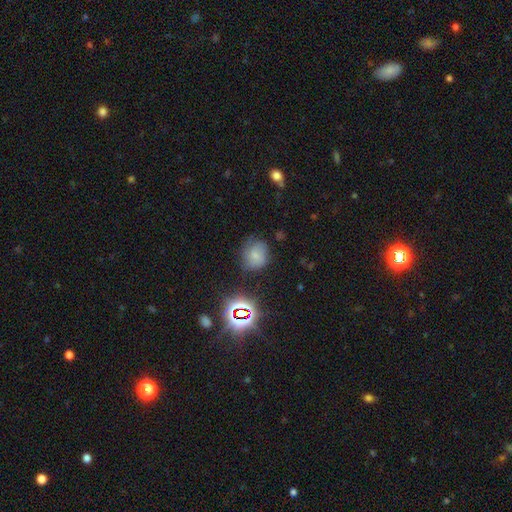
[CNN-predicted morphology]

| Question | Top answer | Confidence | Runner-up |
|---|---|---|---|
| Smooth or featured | smooth | 63% | star or artifact (19%) |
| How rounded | round | 69% | in between (30%) |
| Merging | none | 63% | minor disturbance (25%) |